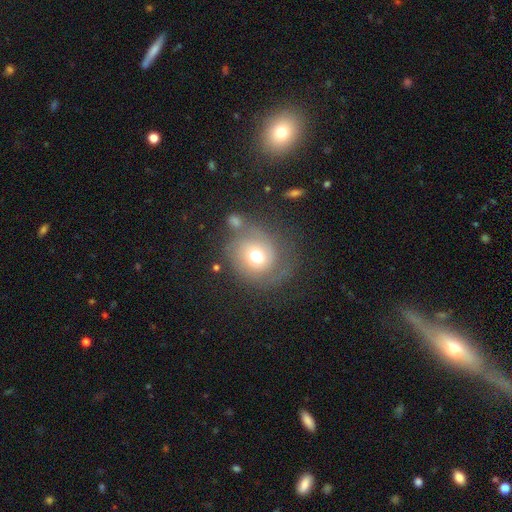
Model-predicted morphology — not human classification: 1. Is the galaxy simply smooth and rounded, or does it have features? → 51% smooth, 37% featured or disk, 11% star or artifact.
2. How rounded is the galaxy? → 76% round, 23% in between, 1% cigar-shaped.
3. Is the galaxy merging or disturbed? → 52% none, 21% minor disturbance, 17% major disturbance, 10% merger.